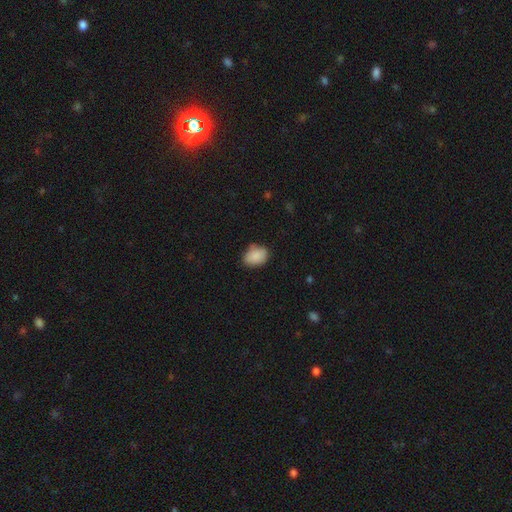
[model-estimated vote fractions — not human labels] A smooth galaxy with no disk features (88%) that is in between round and cigar-shaped (72%). Merging: none (74%).